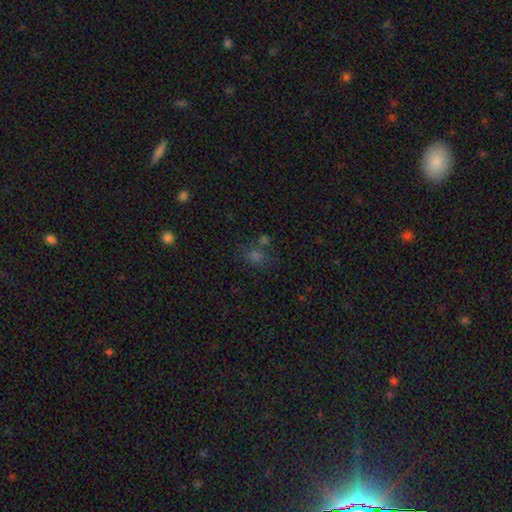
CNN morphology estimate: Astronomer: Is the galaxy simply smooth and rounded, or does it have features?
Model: smooth — 54% (runner-up: star or artifact, 36%).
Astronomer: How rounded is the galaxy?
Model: round — 52% (runner-up: in between, 46%).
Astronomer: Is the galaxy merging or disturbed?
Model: none — 65%.